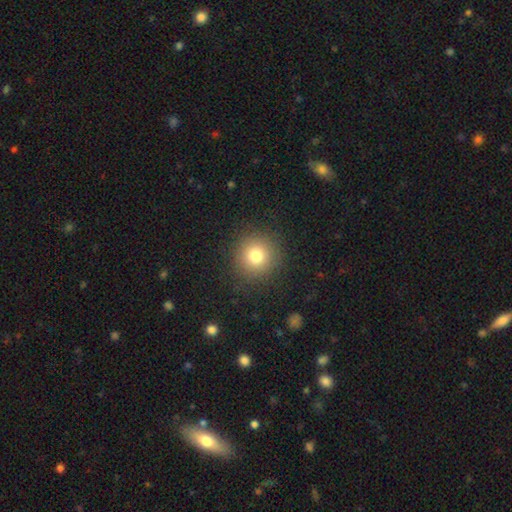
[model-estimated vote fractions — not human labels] smooth 77%, star or artifact 14%, featured or disk 9%. Down the decision tree: how rounded — round (94%); merging — none (89%).